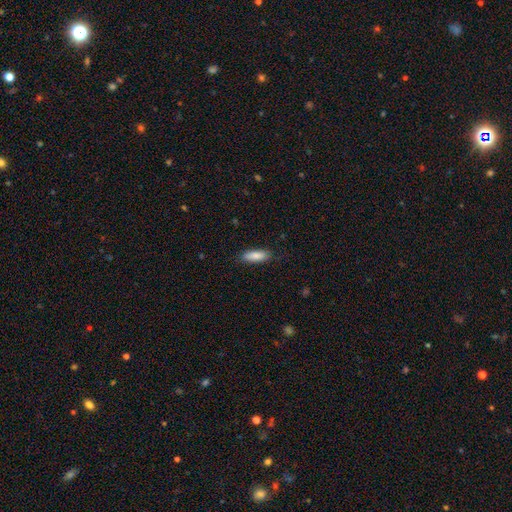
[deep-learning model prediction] Smooth or featured: smooth — 86% (featured or disk — 8%)
How rounded: in between — 63% (cigar-shaped — 35%)
Merging: none — 85% (minor disturbance — 12%)